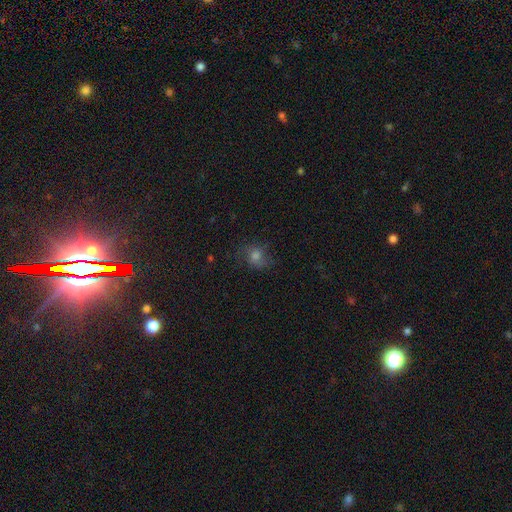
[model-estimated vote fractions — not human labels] smooth 54%, featured or disk 23%, star or artifact 23%. Down the decision tree: how rounded — round (63%); merging — none (67%).